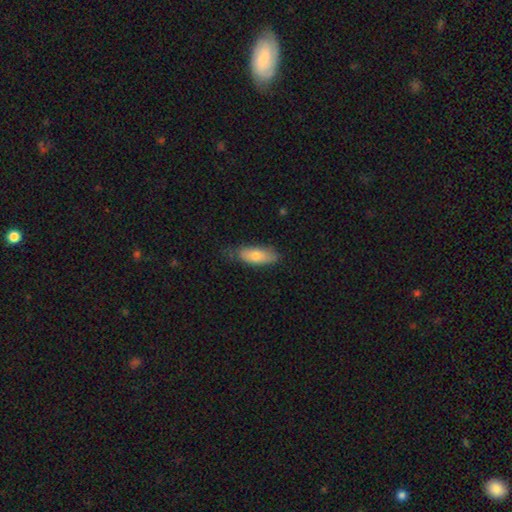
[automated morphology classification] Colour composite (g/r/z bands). It shows a smooth galaxy with no disk features (72%) that is in between round and cigar-shaped (77%). Merging: none (67%).